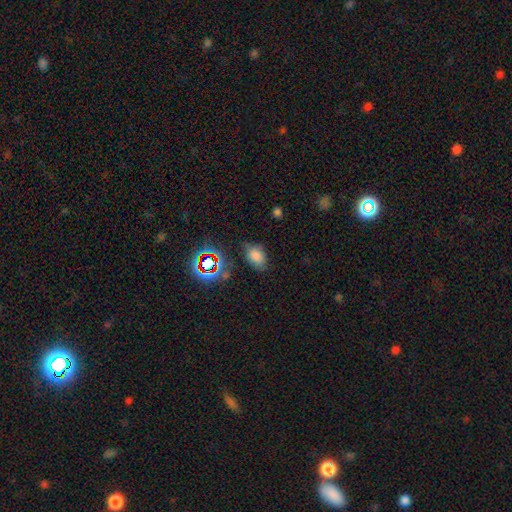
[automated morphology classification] type=smooth (71%); roundness=in between (81%); merging=none (68%).